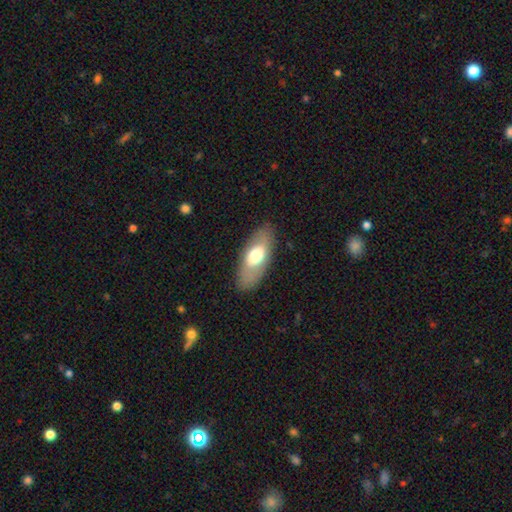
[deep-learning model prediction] Smooth or featured? Predicted: smooth (p=0.61). How rounded? Predicted: in between (p=0.84). Merging? Predicted: none (p=0.84).